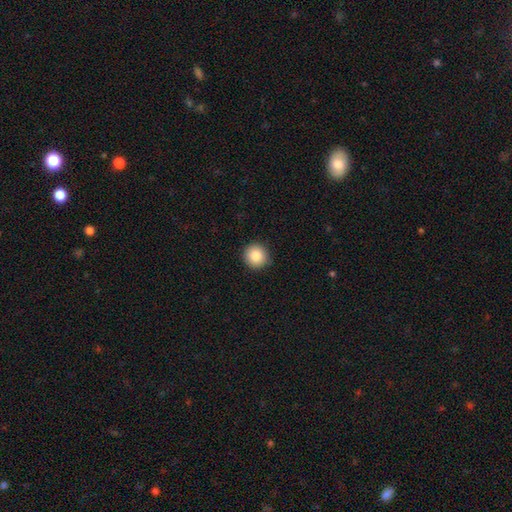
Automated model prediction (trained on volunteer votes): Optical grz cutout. It shows a smooth galaxy with no disk features (85%) that is round (94%). Merging: none (92%).